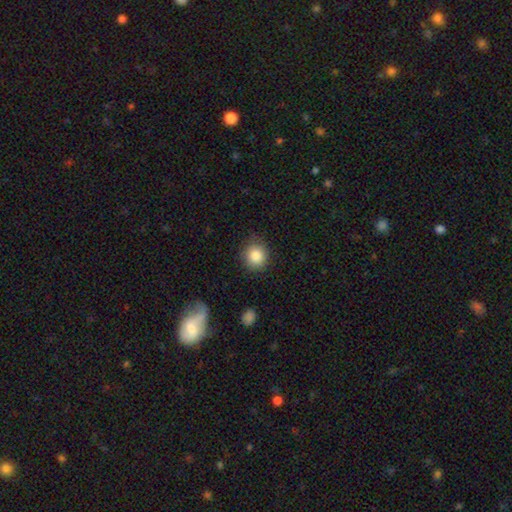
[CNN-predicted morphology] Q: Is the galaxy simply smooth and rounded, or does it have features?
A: smooth — 85%.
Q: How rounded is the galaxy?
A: round — 86%.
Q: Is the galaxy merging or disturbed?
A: none — 85%.